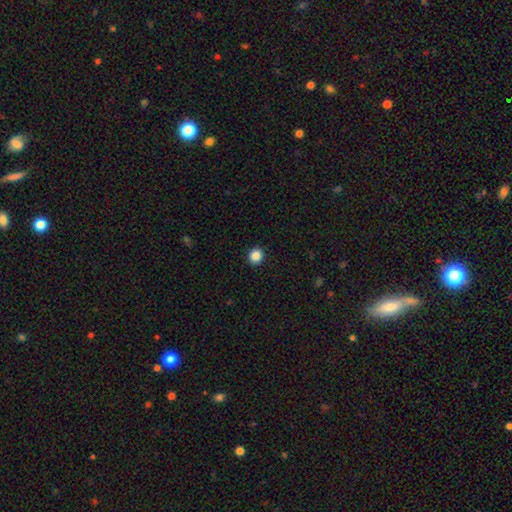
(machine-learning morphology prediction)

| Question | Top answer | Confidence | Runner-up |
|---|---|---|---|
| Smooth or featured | smooth | 87% | star or artifact (10%) |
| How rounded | round | 85% | in between (14%) |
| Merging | none | 92% | minor disturbance (5%) |